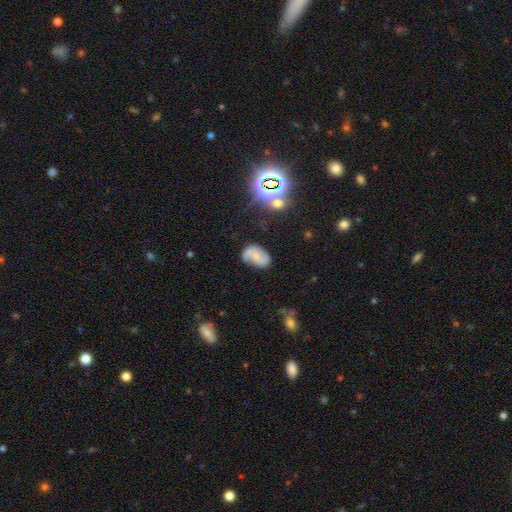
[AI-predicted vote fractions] smooth-or-featured: featured or disk: 64% | smooth: 26% | star or artifact: 10%
  disk-edge-on: no: 97% | yes: 3%
    bar: no: 56% | weak: 34% | strong: 10%
    has-spiral-arms: yes: 88% | no: 12%
      spiral-winding: medium: 42% | loose: 37% | tight: 21%
      spiral-arm-count: 2: 83% | can't tell: 9% | 1: 5% | 3: 2% | 4: 1% | more than 4: 1%
    bulge-size: small: 57% | moderate: 32% | none: 8% | large: 2% | dominant: 1%
  merging: none: 65% | minor disturbance: 23% | major disturbance: 8% | merger: 3%